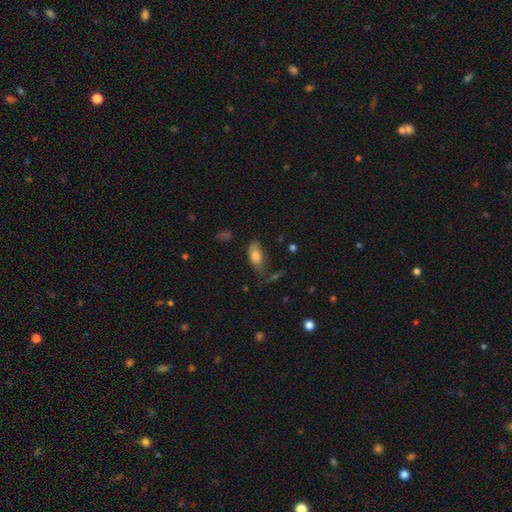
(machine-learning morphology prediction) The model was most divided on "merging": none: 59%, minor disturbance: 27%, major disturbance: 9%, merger: 5%. More confident: how rounded — in between (84%); smooth or featured — smooth (75%).